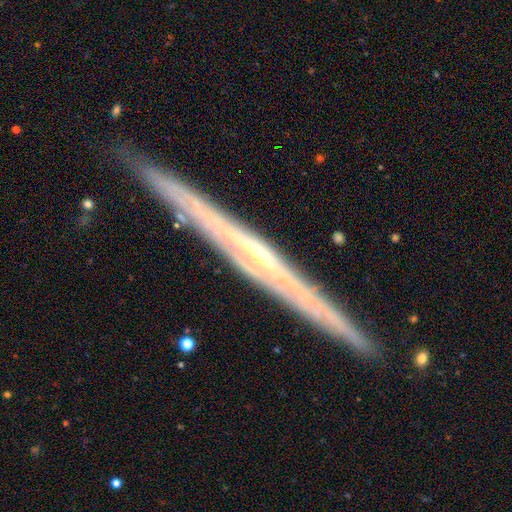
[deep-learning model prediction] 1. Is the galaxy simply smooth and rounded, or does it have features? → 80% featured or disk, 13% smooth, 7% star or artifact.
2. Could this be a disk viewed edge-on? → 97% yes, 3% no.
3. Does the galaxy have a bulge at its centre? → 62% none, 33% rounded, 5% boxy.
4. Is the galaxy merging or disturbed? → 90% none, 8% minor disturbance, 1% major disturbance, 1% merger.